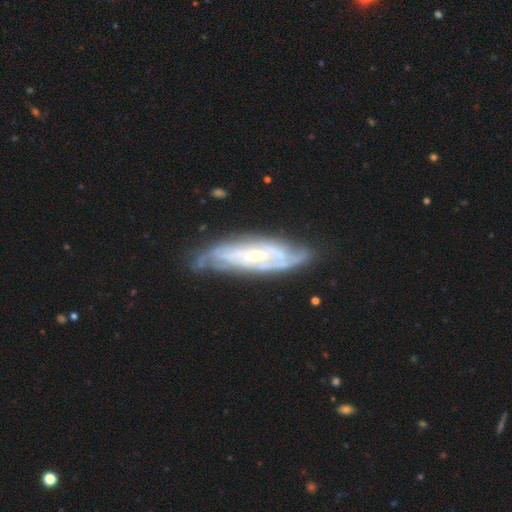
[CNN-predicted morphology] Smooth or featured? featured or disk (82%)
Edge-on disk? no (78%)
Bar? no (41%)
Spiral arms? yes (91%)
Spiral winding? tight (64%)
Spiral arm count? can't tell (47%)
Bulge size? small (52%)
Merging? none (70%)